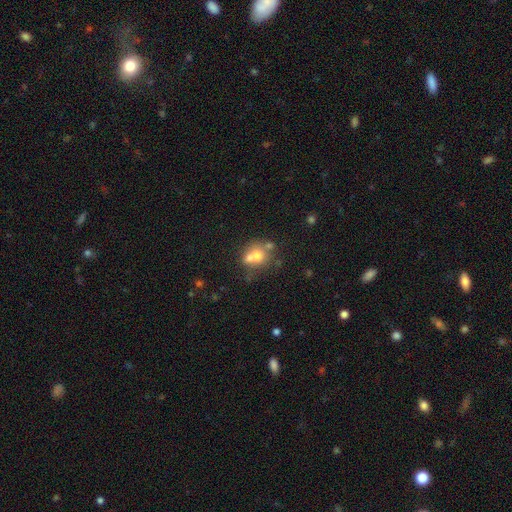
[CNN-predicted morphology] type=smooth (62%); roundness=round (74%); merging=merger (51%).